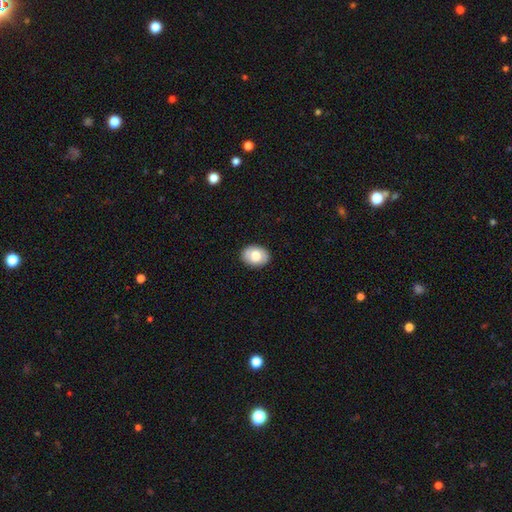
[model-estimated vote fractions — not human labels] smooth_or_featured: smooth (p=0.73) [alt: featured or disk p=0.20]
how_rounded: in between (p=0.70) [alt: round p=0.29]
merging: none (p=0.88) [alt: minor disturbance p=0.09]